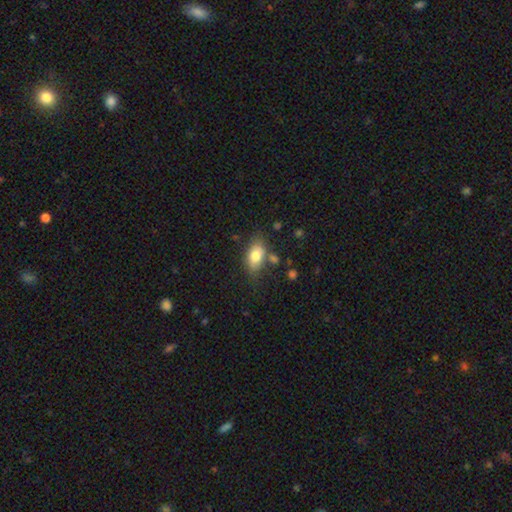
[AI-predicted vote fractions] Smooth or featured: smooth — 78% (featured or disk — 14%)
How rounded: in between — 87% (round — 8%)
Merging: none — 68% (minor disturbance — 19%)